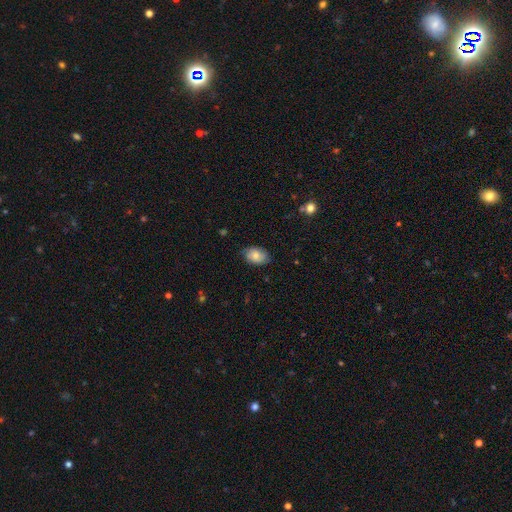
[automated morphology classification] Smooth or featured? smooth (77%)
How rounded? in between (83%)
Merging? none (78%)